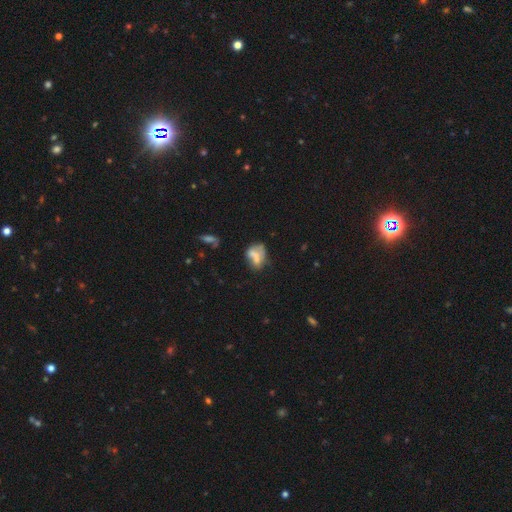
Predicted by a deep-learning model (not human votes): smooth 57%, featured or disk 32%, star or artifact 11%. Down the decision tree: how rounded — in between (70%); merging — none (32%).